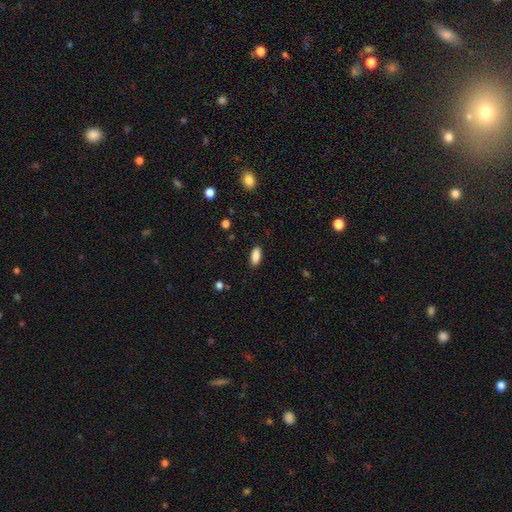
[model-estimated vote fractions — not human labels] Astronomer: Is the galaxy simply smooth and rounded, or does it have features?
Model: smooth — 88%.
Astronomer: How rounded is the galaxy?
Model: in between — 86%.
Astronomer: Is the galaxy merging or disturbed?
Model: none — 87%.